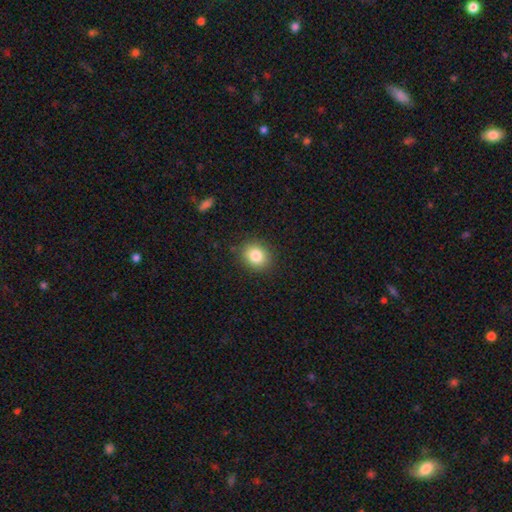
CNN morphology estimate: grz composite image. It shows a smooth galaxy with no disk features (83%) that is round (66%). Merging: none (88%).